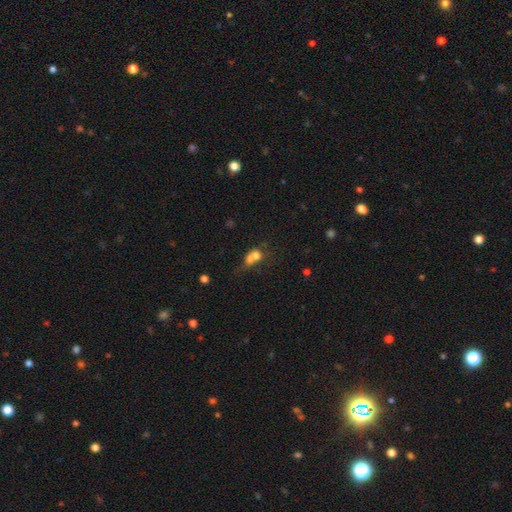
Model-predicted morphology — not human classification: This is likely a smooth galaxy (67%). How rounded: possibly round (55%). Merging: likely merger (60%).